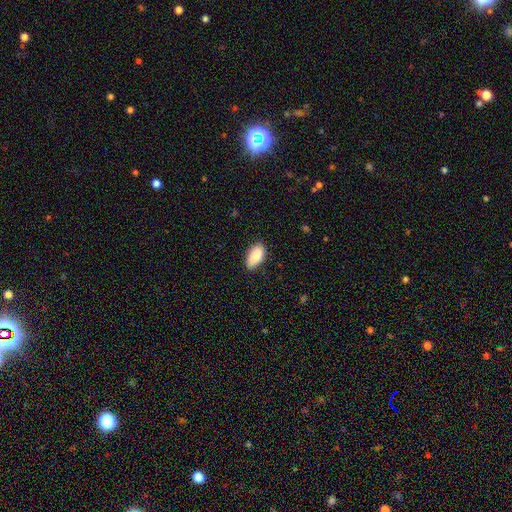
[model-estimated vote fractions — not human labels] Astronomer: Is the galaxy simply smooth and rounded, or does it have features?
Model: smooth — 88%.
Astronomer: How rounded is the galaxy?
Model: in between — 94%.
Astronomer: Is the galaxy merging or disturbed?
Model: none — 82%.